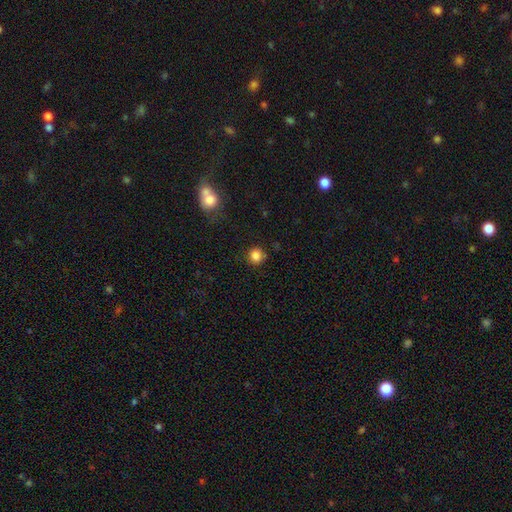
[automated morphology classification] smooth-or-featured: smooth: 84% | star or artifact: 12% | featured or disk: 5%
  how-rounded: round: 92% | in between: 7% | cigar-shaped: 1%
  merging: none: 85% | minor disturbance: 9% | merger: 3% | major disturbance: 2%